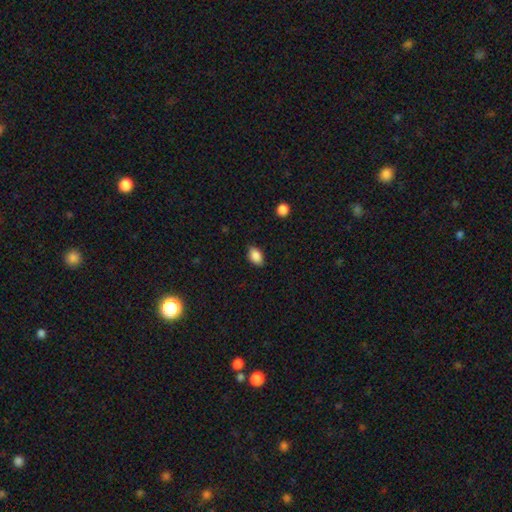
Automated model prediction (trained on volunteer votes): This appears to be a smooth galaxy with no disk features (87%) that is in between round and cigar-shaped (88%). Merging: none (84%).